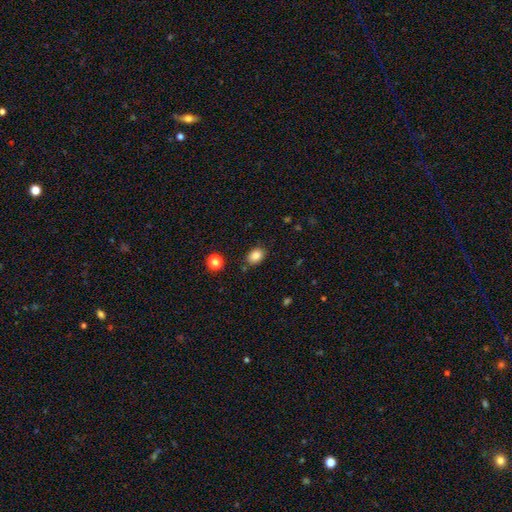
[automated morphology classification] smooth_or_featured: smooth (p=0.85) [alt: star or artifact p=0.10]
how_rounded: in between (p=0.68) [alt: round p=0.31]
merging: none (p=0.82) [alt: minor disturbance p=0.12]